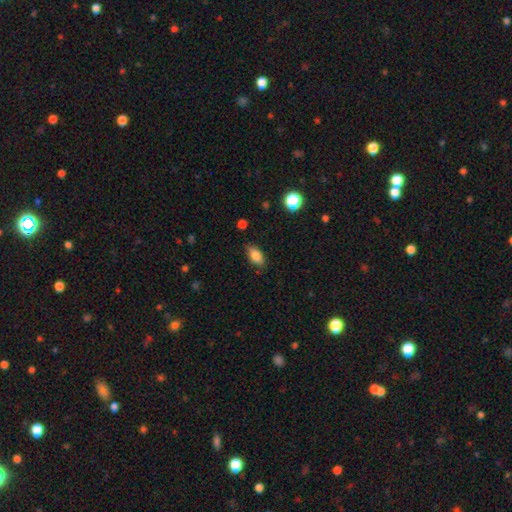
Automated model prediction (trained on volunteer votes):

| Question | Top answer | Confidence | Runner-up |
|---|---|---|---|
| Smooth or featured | smooth | 84% | star or artifact (8%) |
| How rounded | in between | 88% | cigar-shaped (7%) |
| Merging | none | 84% | minor disturbance (12%) |